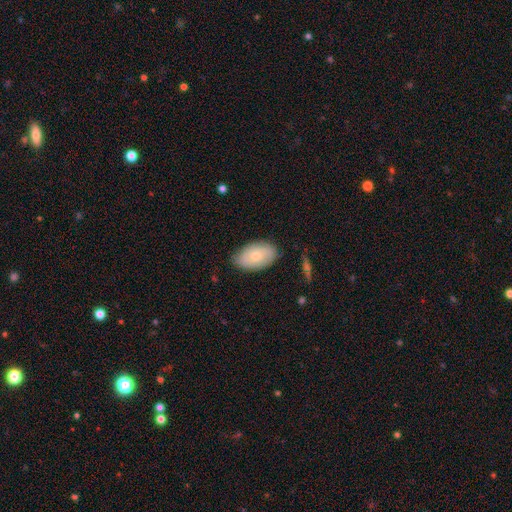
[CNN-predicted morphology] A smooth galaxy with no disk features (62%) that is in between round and cigar-shaped (91%).

Vote fractions:
- Smooth or featured? smooth: 62% / featured or disk: 32% / star or artifact: 6%
- How rounded? in between: 91% / round: 8% / cigar-shaped: 1%
- Merging? none: 78% / minor disturbance: 17% / major disturbance: 3% / merger: 1%